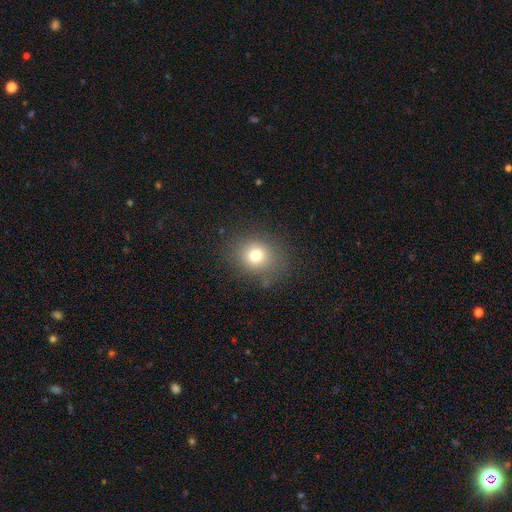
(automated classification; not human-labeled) This is likely a smooth galaxy (75%). How rounded: likely round (73%). Merging: clearly none (81%).